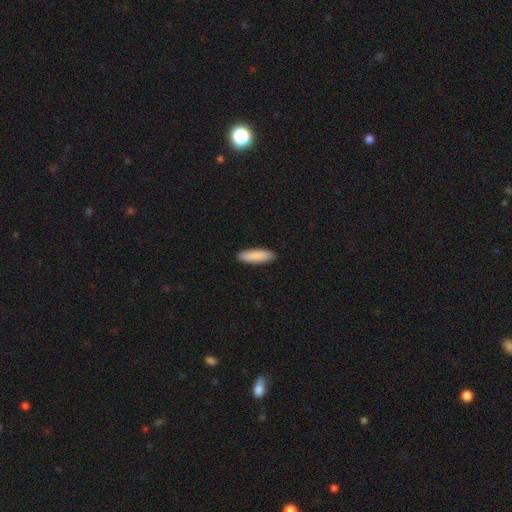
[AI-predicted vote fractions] Smooth or featured?
  - smooth: 90% *
  - star or artifact: 5%
  - featured or disk: 5%
How rounded?
  - cigar-shaped: 54% *
  - in between: 45%
  - round: 1%
Merging?
  - none: 90% *
  - minor disturbance: 7%
  - major disturbance: 1%
  - merger: 1%